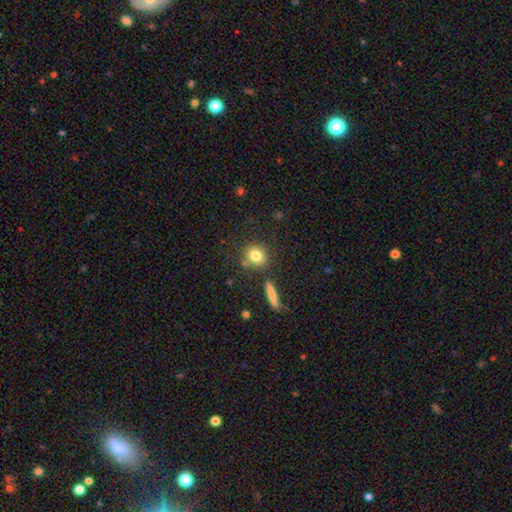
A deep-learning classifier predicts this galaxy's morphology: A smooth galaxy with no disk features (81%) that is round (76%). Merging: none (74%).